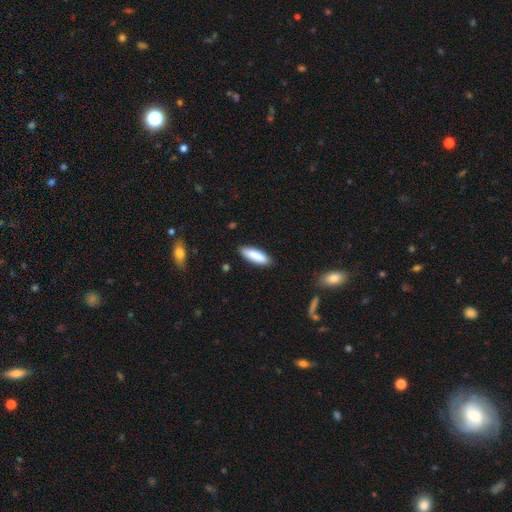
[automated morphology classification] Smooth or featured: smooth — 88% (featured or disk — 6%)
How rounded: in between — 58% (cigar-shaped — 41%)
Merging: none — 86% (minor disturbance — 10%)